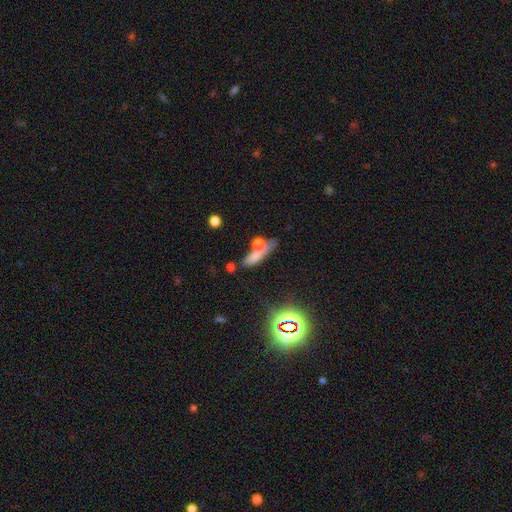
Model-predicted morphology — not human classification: smooth-or-featured: smooth: 63% | featured or disk: 21% | star or artifact: 16%
  how-rounded: cigar-shaped: 45% | in between: 43% | round: 12%
  merging: none: 39% | merger: 34% | minor disturbance: 16% | major disturbance: 12%